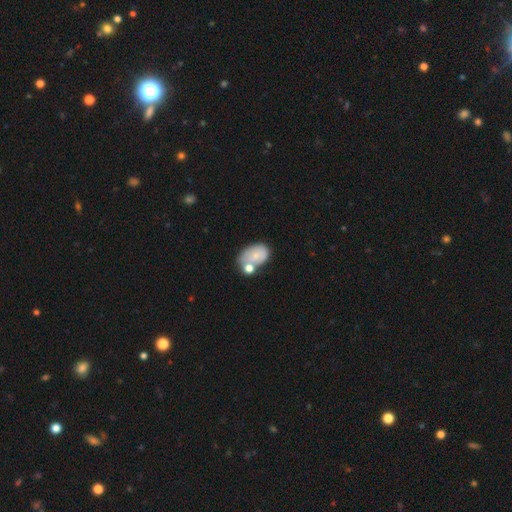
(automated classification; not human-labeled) A smooth galaxy with no disk features (69%) that is in between round and cigar-shaped (85%). Merging: none (39%).